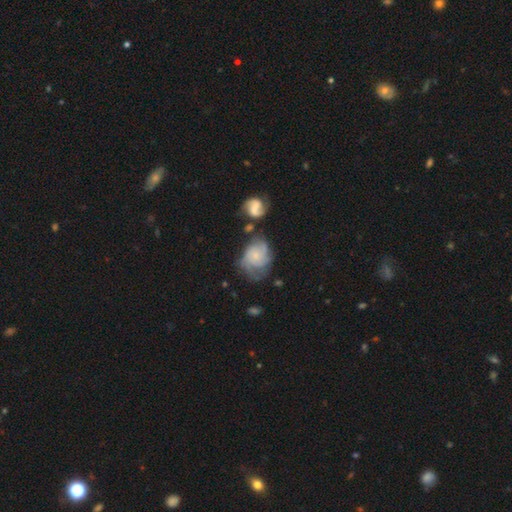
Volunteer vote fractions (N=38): Smooth or featured? 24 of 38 (63%) said featured or disk. Edge-on disk? 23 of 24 (96%) said no. Bar? 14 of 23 (61%) said no. Spiral arms? 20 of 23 (87%) said yes. Spiral winding? 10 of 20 (50%) said medium. Spiral arm count? 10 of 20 (50%) said 3. Bulge size? 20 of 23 (87%) said small. Merging? 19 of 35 (54%) said minor disturbance.